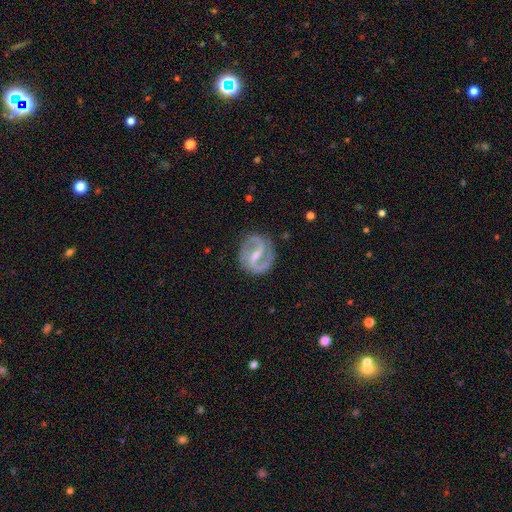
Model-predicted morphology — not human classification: This appears to be a featured or disk galaxy (89%) with a strong bar (53%), 2 (90%) medium (51%) spiral arms (94%) and a small central bulge (53%). Merging: none (82%).